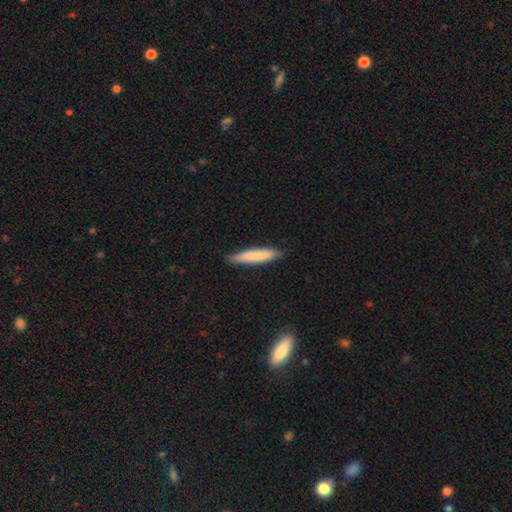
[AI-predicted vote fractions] This appears to be a smooth galaxy with no disk features (79%) that is cigar-shaped (90%). Merging: none (87%).